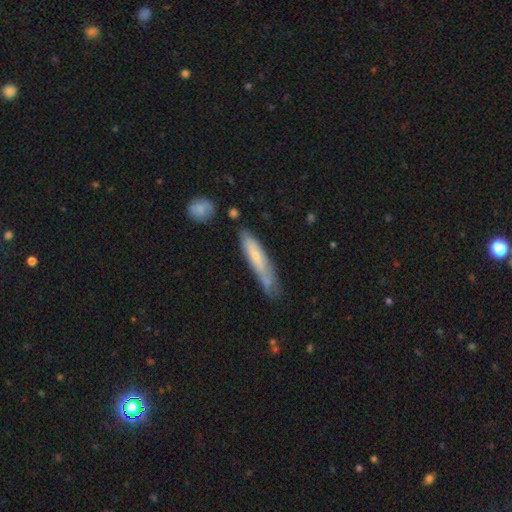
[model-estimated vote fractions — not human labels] Smooth or featured? smooth (59%)
How rounded? cigar-shaped (84%)
Merging? none (53%)